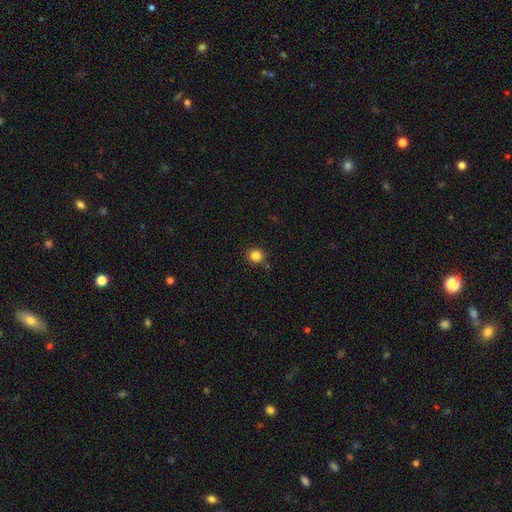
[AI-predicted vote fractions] Q: Smooth or featured?
A: smooth (85%); runner-up: star or artifact (11%)
Q: How rounded?
A: round (88%); runner-up: in between (11%)
Q: Merging?
A: none (84%); runner-up: minor disturbance (10%)